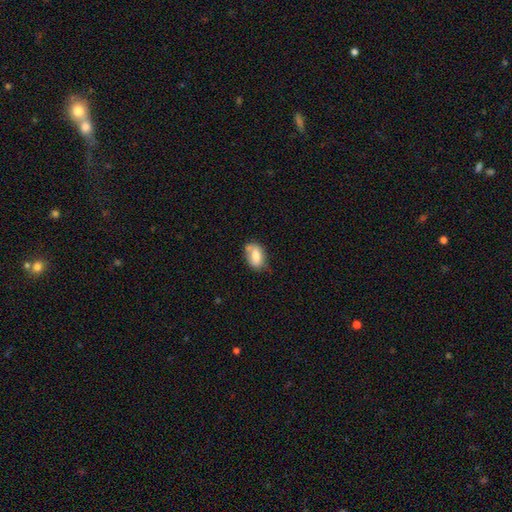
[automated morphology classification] This appears to be a smooth galaxy with no disk features (71%) that is in between round and cigar-shaped (87%). Merging: none (54%).